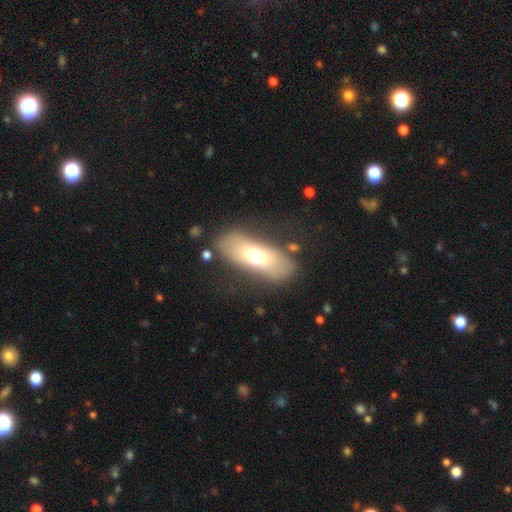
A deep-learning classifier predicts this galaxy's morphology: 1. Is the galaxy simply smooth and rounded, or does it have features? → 61% smooth, 32% featured or disk, 7% star or artifact.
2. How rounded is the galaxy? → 69% in between, 28% cigar-shaped, 3% round.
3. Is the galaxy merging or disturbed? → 72% none, 17% minor disturbance, 8% major disturbance, 3% merger.